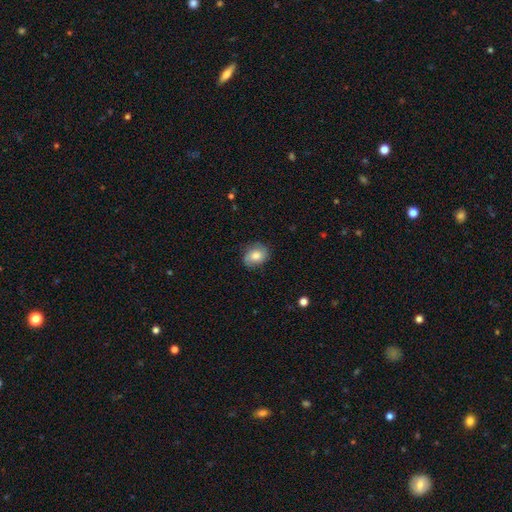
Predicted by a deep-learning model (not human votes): A smooth galaxy with no disk features (69%) that is in between round and cigar-shaped (55%).

Vote fractions:
- Smooth or featured? smooth: 69% / featured or disk: 23% / star or artifact: 8%
- How rounded? in between: 55% / round: 44% / cigar-shaped: 1%
- Merging? none: 74% / minor disturbance: 19% / major disturbance: 5% / merger: 1%